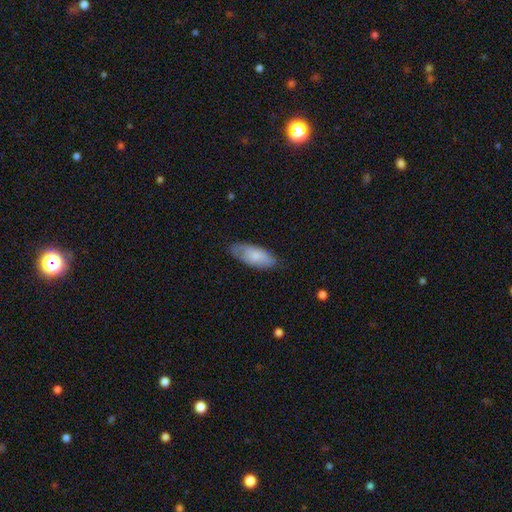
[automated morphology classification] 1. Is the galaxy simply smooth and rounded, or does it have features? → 74% smooth, 21% featured or disk, 6% star or artifact.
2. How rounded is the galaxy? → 84% in between, 14% cigar-shaped, 2% round.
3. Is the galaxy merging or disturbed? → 71% none, 24% minor disturbance, 5% major disturbance, 1% merger.